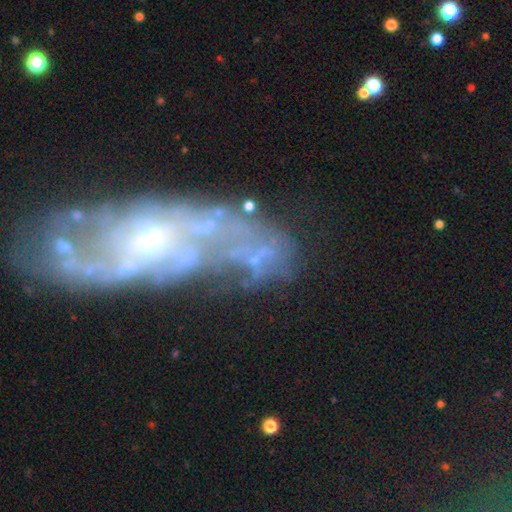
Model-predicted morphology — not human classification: type=featured or disk (60%); edge-on=no (93%); bar=no (82%); spiral arms=no (77%); bulge=none (46%); merging=major disturbance (33%).